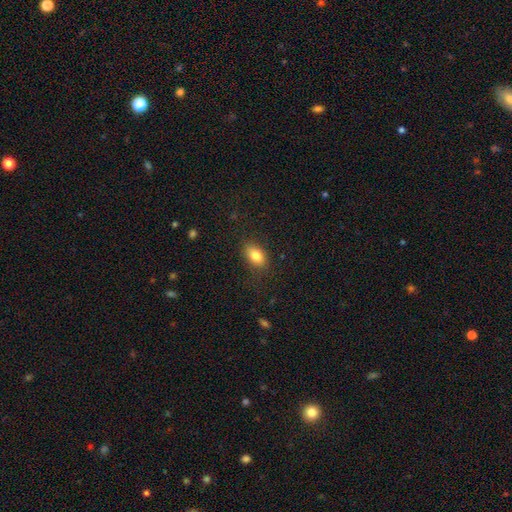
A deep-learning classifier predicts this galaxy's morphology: Q: Smooth or featured?
A: smooth (82%); runner-up: featured or disk (9%)
Q: How rounded?
A: in between (85%); runner-up: round (12%)
Q: Merging?
A: none (83%); runner-up: minor disturbance (13%)